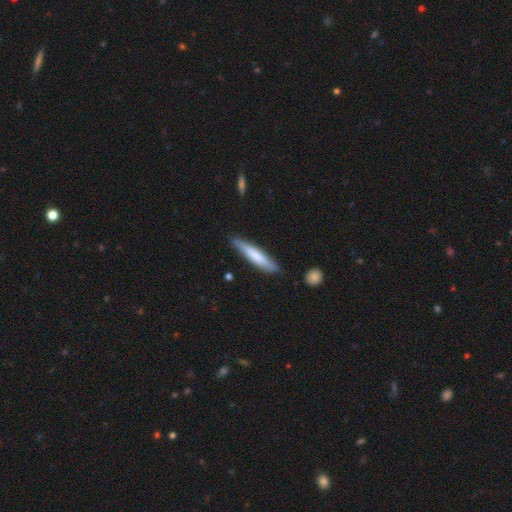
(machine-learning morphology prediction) The model was most divided on "smooth or featured": smooth: 67%, featured or disk: 28%, star or artifact: 5%. More confident: how rounded — cigar-shaped (90%); merging — none (82%).